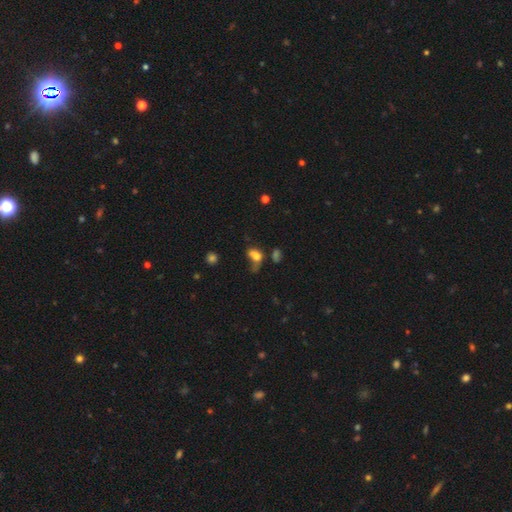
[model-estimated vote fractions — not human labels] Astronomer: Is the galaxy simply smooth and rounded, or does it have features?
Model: smooth — 66%.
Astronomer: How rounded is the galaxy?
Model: in between — 79%.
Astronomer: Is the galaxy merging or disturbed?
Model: major disturbance — 38% (runner-up: none, 25%).